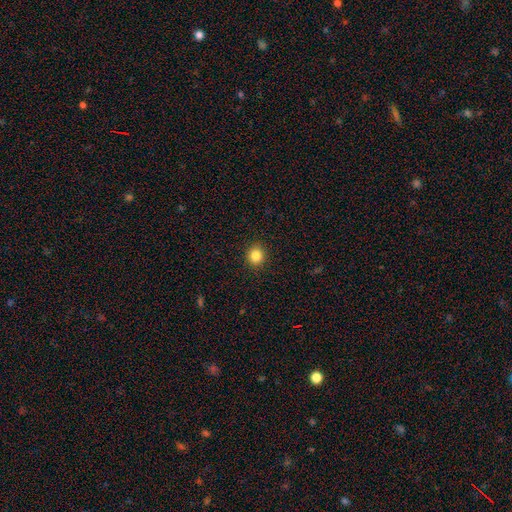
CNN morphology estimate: A smooth galaxy with no disk features (84%) that is round (85%).

Vote fractions:
- Smooth or featured? smooth: 84% / star or artifact: 11% / featured or disk: 5%
- How rounded? round: 85% / in between: 14% / cigar-shaped: 1%
- Merging? none: 92% / minor disturbance: 5% / major disturbance: 2% / merger: 1%